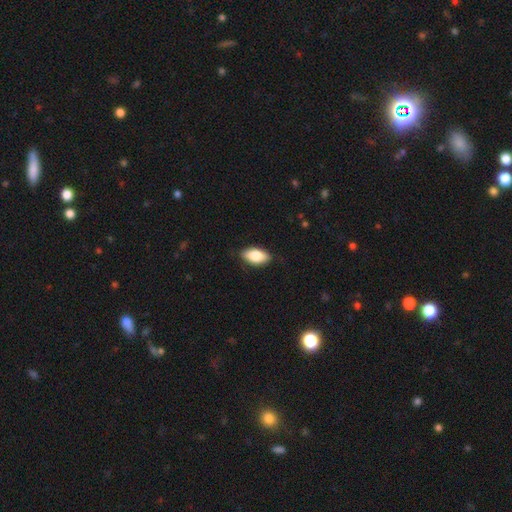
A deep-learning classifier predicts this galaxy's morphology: Smooth or featured?
  - smooth: 83% *
  - featured or disk: 11%
  - star or artifact: 6%
How rounded?
  - in between: 93% *
  - cigar-shaped: 4%
  - round: 3%
Merging?
  - none: 85% *
  - minor disturbance: 12%
  - major disturbance: 2%
  - merger: 1%